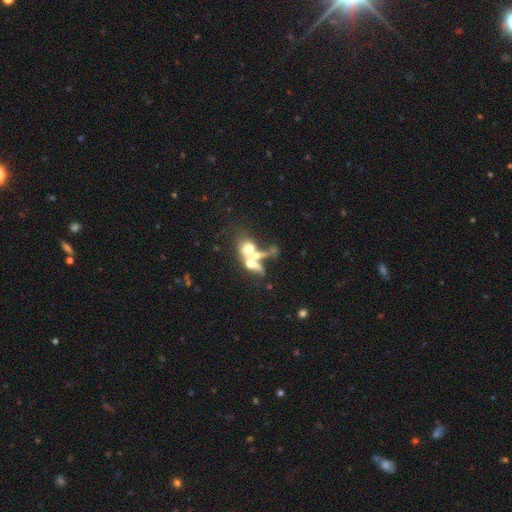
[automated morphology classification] Smooth or featured? Predicted: smooth (p=0.45). Merging? Predicted: merger (p=0.54).